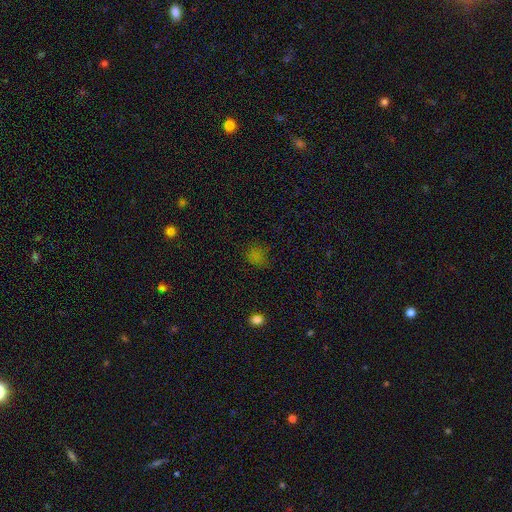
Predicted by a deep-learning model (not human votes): Smooth or featured?
  - smooth: 66% *
  - star or artifact: 28%
  - featured or disk: 6%
How rounded?
  - round: 71% *
  - in between: 27%
  - cigar-shaped: 1%
Merging?
  - none: 73% *
  - minor disturbance: 18%
  - major disturbance: 7%
  - merger: 2%